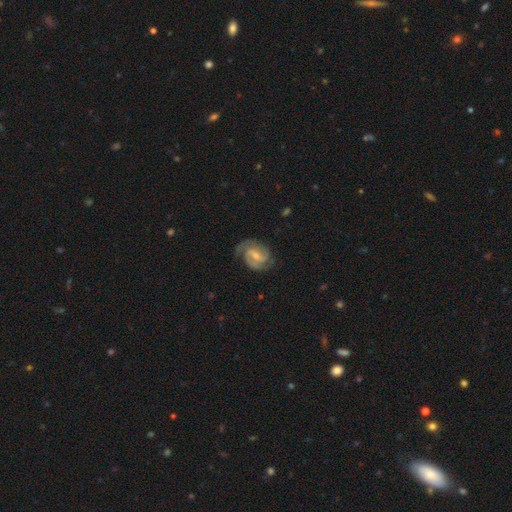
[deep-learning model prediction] Smooth or featured? Predicted: featured or disk (p=0.87). Edge-on disk? Predicted: no (p=0.98). Bar? Predicted: weak (p=0.54). Spiral arms? Predicted: yes (p=0.97). Spiral winding? Predicted: medium (p=0.48). Spiral arm count? Predicted: 2 (p=0.79). Bulge size? Predicted: small (p=0.54). Merging? Predicted: none (p=0.70).